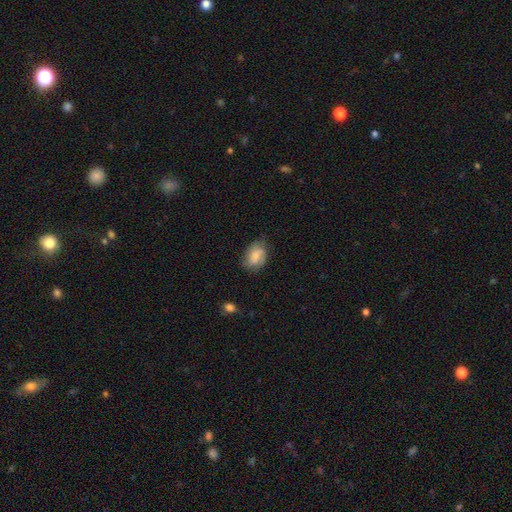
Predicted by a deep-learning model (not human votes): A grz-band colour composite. It shows a smooth galaxy with no disk features (68%) that is in between round and cigar-shaped (81%). Merging: none (66%).